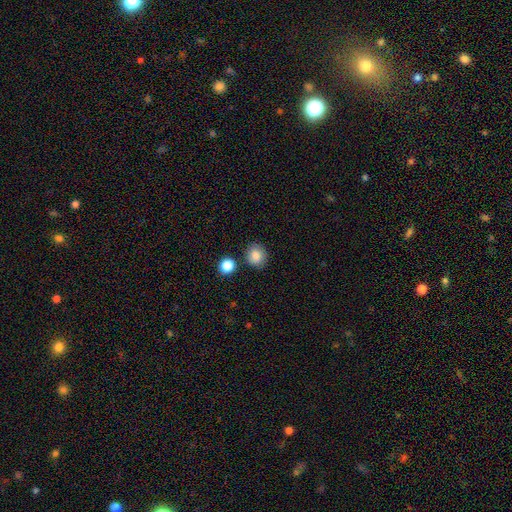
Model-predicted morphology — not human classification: Smooth or featured: smooth — 85% (star or artifact — 10%)
How rounded: round — 77% (in between — 22%)
Merging: none — 83% (minor disturbance — 9%)